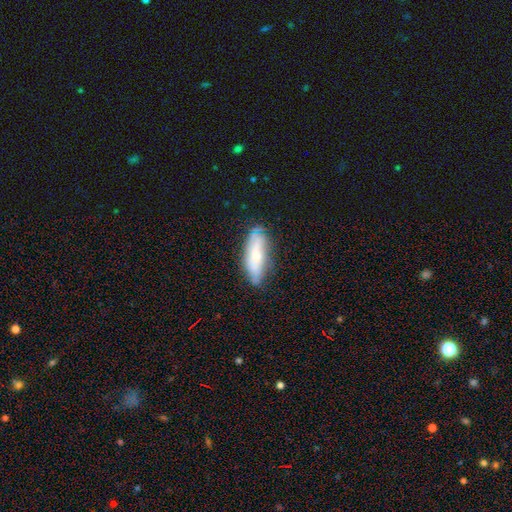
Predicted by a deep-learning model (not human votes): smooth_or_featured: smooth (p=0.50) [alt: featured or disk p=0.42]
how_rounded: in between (p=0.61) [alt: cigar-shaped p=0.36]
merging: none (p=0.70) [alt: minor disturbance p=0.22]